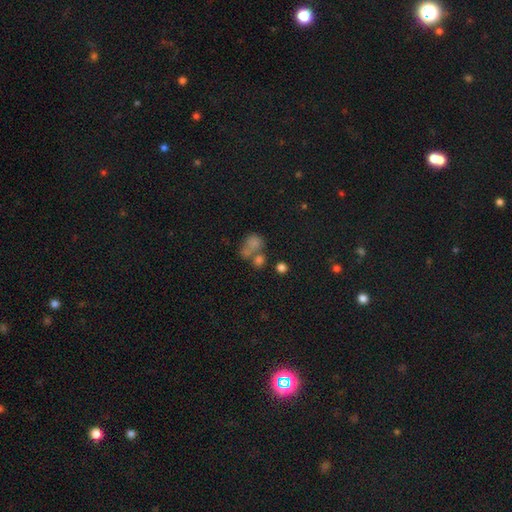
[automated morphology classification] smooth-or-featured: smooth: 57% | star or artifact: 27% | featured or disk: 16%
  how-rounded: round: 58% | in between: 39% | cigar-shaped: 2%
  merging: merger: 44% | none: 36% | minor disturbance: 11% | major disturbance: 10%